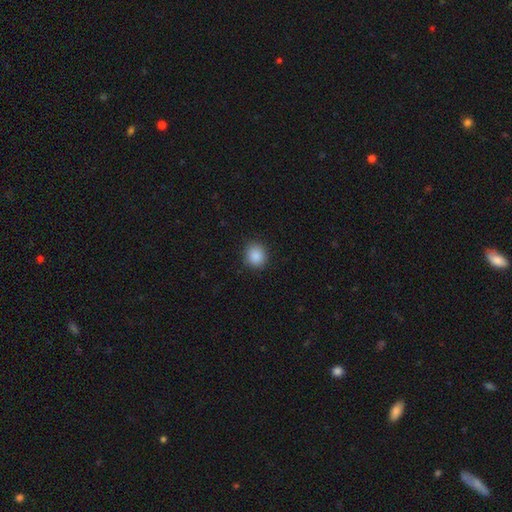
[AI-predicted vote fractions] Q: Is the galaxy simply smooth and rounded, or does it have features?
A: smooth — 88%.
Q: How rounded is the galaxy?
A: round — 83%.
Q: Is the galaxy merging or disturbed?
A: none — 89%.